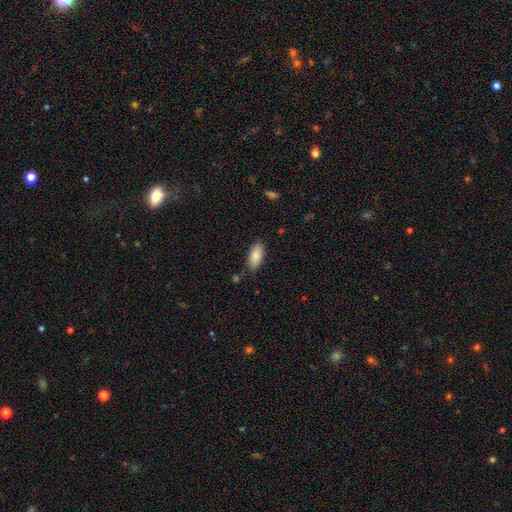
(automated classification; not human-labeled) Smooth or featured?
  - smooth: 84% *
  - featured or disk: 9%
  - star or artifact: 7%
How rounded?
  - in between: 89% *
  - cigar-shaped: 9%
  - round: 2%
Merging?
  - none: 84% *
  - minor disturbance: 12%
  - major disturbance: 2%
  - merger: 2%